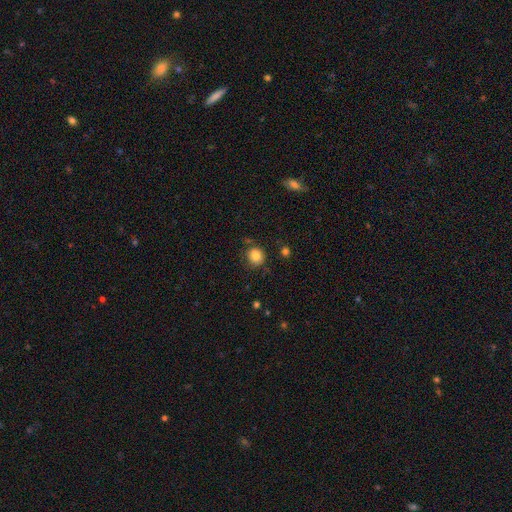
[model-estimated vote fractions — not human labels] The model was most divided on "merging": none: 81%, minor disturbance: 13%, merger: 3%, major disturbance: 3%. More confident: how rounded — round (85%); smooth or featured — smooth (83%).